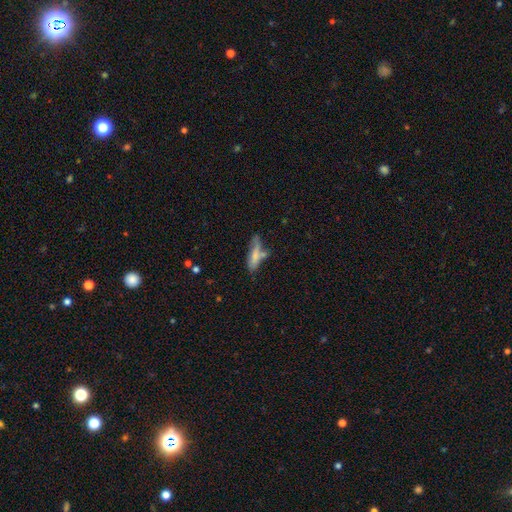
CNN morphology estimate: This appears to be a smooth galaxy with no disk features (67%) that is cigar-shaped (61%). Merging: none (42%).